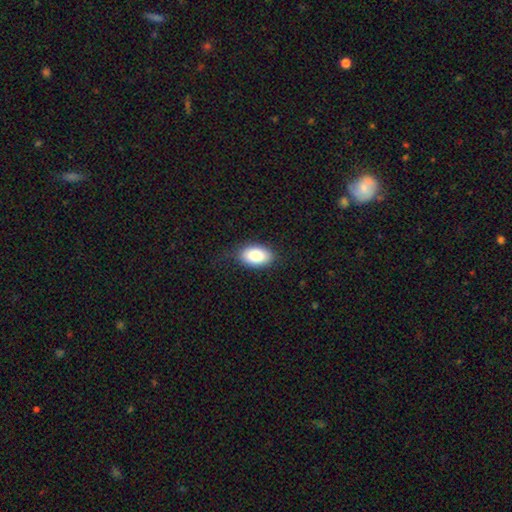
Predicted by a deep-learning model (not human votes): Smooth or featured?
  - smooth: 85% *
  - featured or disk: 8%
  - star or artifact: 7%
How rounded?
  - in between: 93% *
  - round: 6%
  - cigar-shaped: 1%
Merging?
  - none: 82% *
  - minor disturbance: 14%
  - major disturbance: 4%
  - merger: 1%